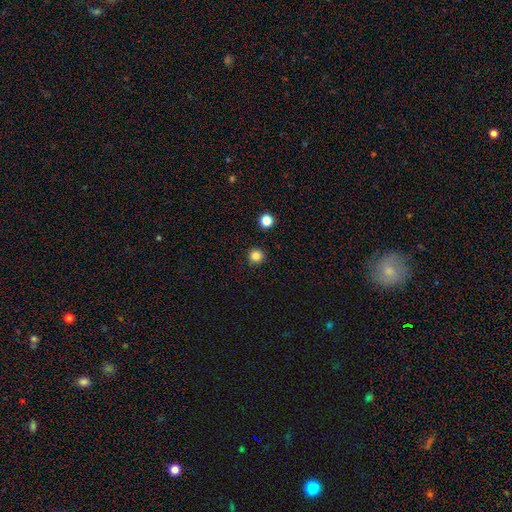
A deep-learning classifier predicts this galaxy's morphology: Q: Smooth or featured?
A: smooth (83%); runner-up: star or artifact (13%)
Q: How rounded?
A: round (96%); runner-up: in between (3%)
Q: Merging?
A: none (92%); runner-up: minor disturbance (5%)